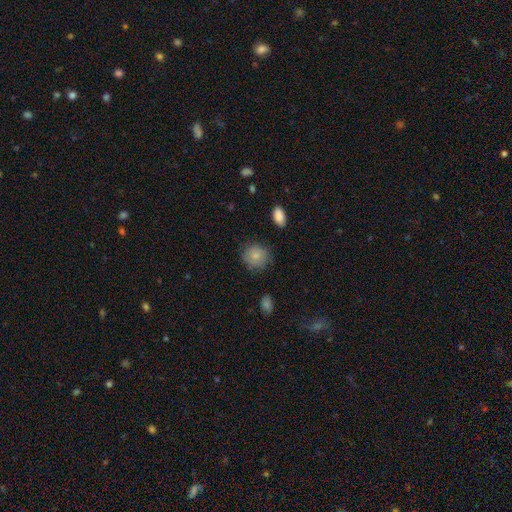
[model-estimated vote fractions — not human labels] Smooth or featured? smooth (79%)
How rounded? round (83%)
Merging? none (78%)